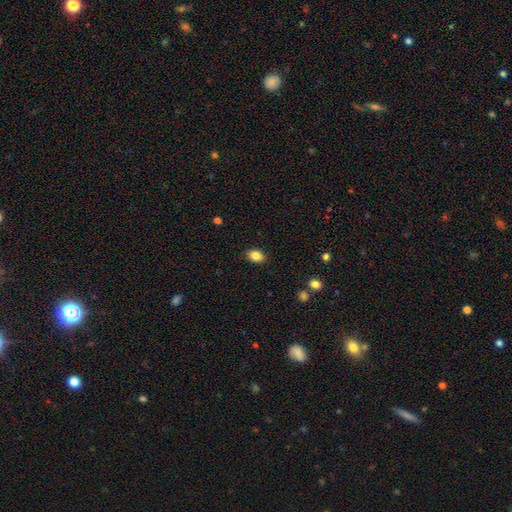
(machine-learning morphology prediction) This is clearly a smooth galaxy (85%). How rounded: clearly in between (82%). Merging: clearly none (88%).